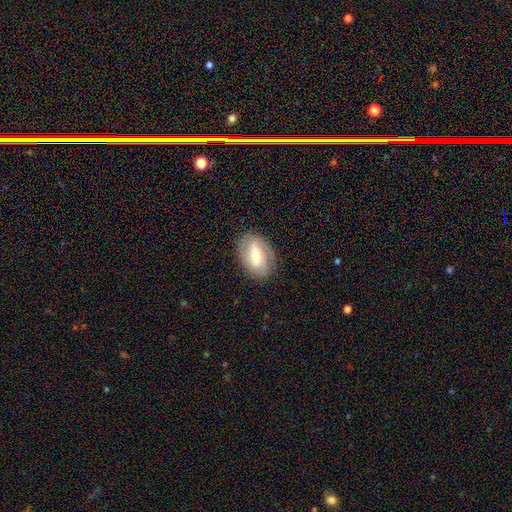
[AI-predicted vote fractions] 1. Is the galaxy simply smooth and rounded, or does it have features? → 61% featured or disk, 33% smooth, 7% star or artifact.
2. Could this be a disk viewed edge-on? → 92% no, 8% yes.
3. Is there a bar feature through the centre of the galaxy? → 41% strong, 40% weak, 19% no.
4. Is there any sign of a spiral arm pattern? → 72% yes, 28% no.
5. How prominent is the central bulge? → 57% moderate, 34% small, 7% large, 1% none, 1% dominant.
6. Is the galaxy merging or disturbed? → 82% none, 13% minor disturbance, 4% major disturbance, 1% merger.